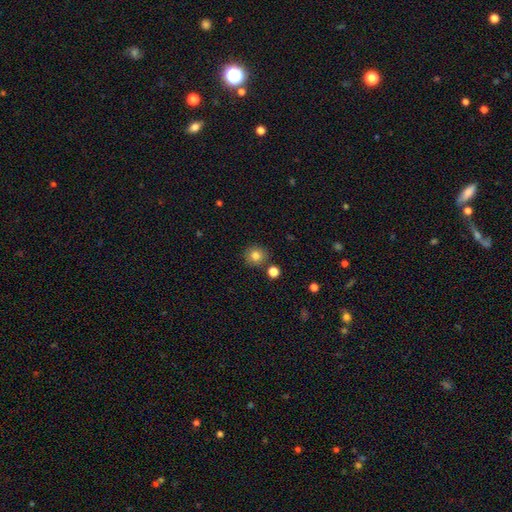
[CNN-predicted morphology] Overall: smooth (81%). How rounded: round (90%). Merging: none (83%).